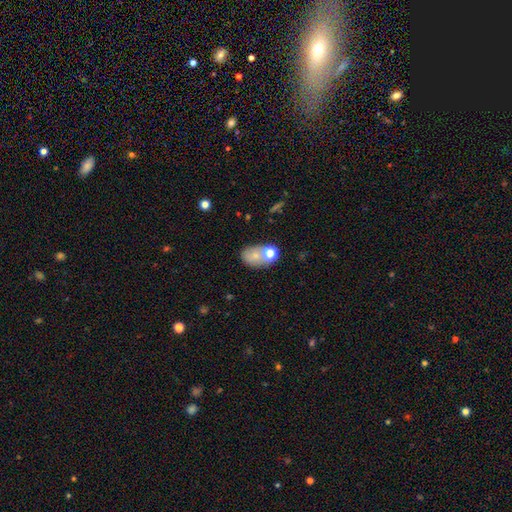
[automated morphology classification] Smooth or featured? smooth (68%)
How rounded? in between (75%)
Merging? none (43%)